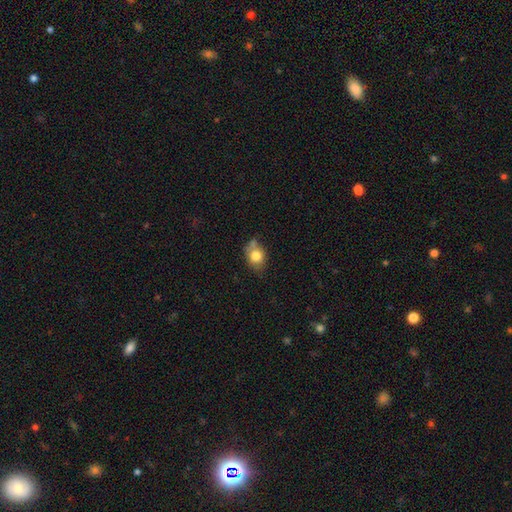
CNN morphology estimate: The model was most divided on "how rounded": in between: 52%, round: 47%, cigar-shaped: 1%. More confident: smooth or featured — smooth (78%); merging — none (52%).